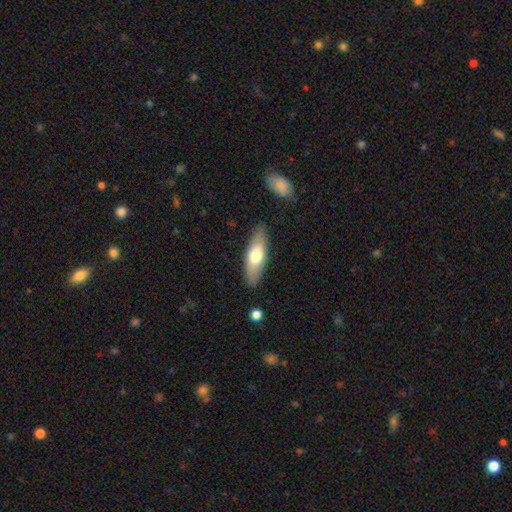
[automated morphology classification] type=smooth (64%); roundness=in between (54%); merging=none (86%).